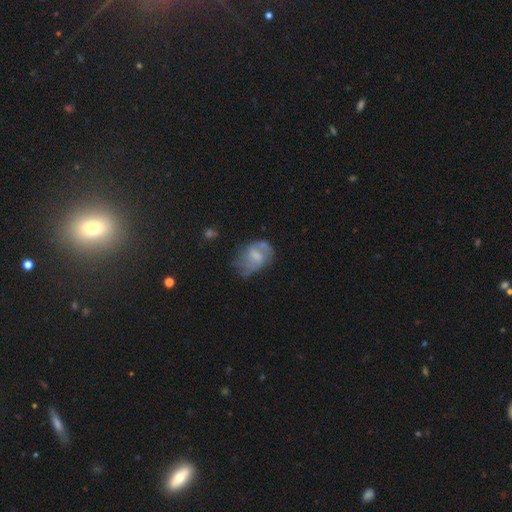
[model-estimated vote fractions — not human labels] featured or disk 57%, smooth 34%, star or artifact 9%. Down the decision tree: edge-on disk — no (97%); bar — weak (51%); spiral arms — yes (65%); bulge size — small (34%); merging — none (38%).